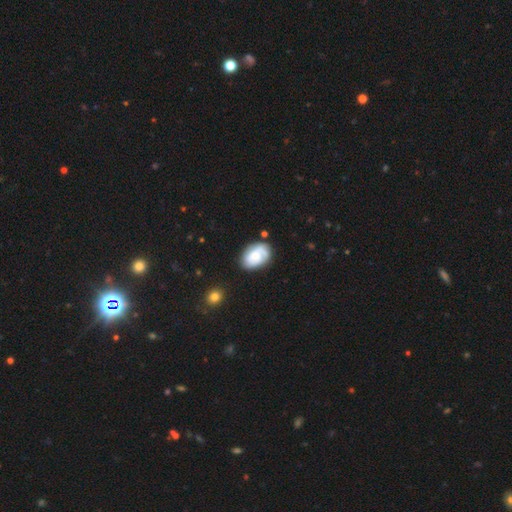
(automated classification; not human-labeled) Q: Smooth or featured?
A: smooth (47%); runner-up: featured or disk (45%)
Q: Merging?
A: none (70%); runner-up: minor disturbance (21%)